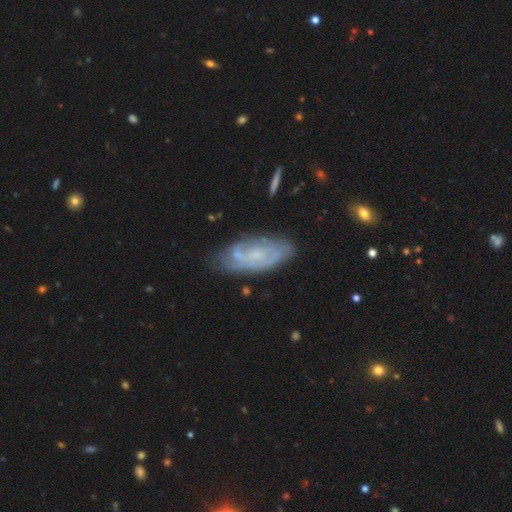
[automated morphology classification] featured or disk 65%, smooth 27%, star or artifact 7%. Down the decision tree: edge-on disk — no (91%); bar — no (65%); spiral arms — yes (77%); bulge size — small (54%); merging — none (66%).